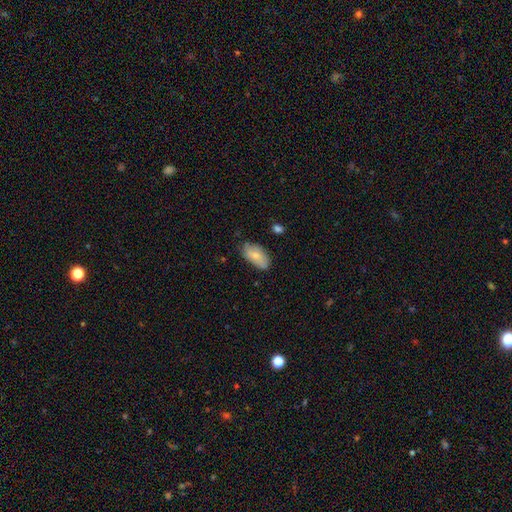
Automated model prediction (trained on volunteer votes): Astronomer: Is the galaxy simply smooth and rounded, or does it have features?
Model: smooth — 74%.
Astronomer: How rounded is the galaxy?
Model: in between — 93%.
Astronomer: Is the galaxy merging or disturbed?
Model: none — 70%.